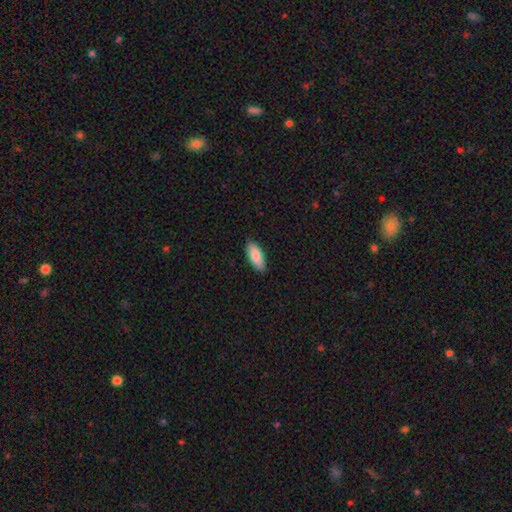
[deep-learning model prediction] smooth-or-featured: smooth: 86% | featured or disk: 8% | star or artifact: 6%
  how-rounded: in between: 83% | cigar-shaped: 15% | round: 2%
  merging: none: 88% | minor disturbance: 9% | major disturbance: 2% | merger: 1%